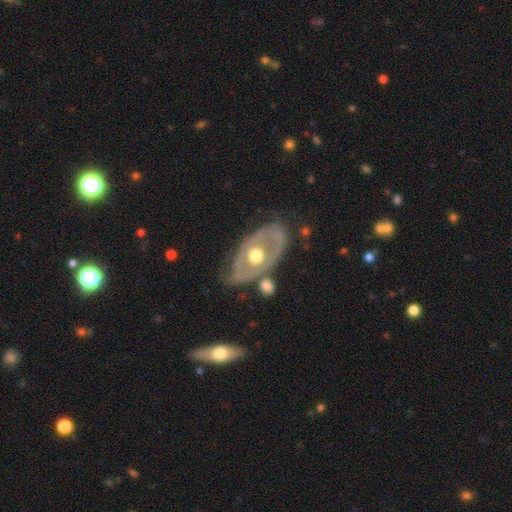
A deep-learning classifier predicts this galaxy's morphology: featured or disk 68%, smooth 27%, star or artifact 5%. Down the decision tree: edge-on disk — no (89%); bar — no (88%); spiral arms — no (75%); bulge size — moderate (75%); merging — none (55%).